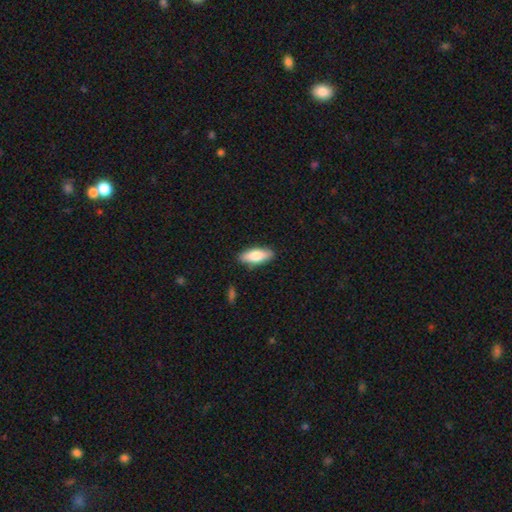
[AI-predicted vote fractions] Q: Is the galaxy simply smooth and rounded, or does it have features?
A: smooth — 76%.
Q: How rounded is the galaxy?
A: in between — 73%.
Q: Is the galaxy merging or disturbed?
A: none — 86%.